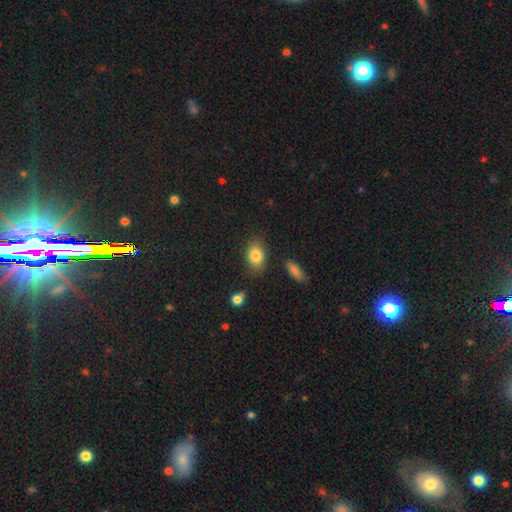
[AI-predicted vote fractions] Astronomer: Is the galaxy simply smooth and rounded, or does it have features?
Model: smooth — 83%.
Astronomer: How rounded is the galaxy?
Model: in between — 76%.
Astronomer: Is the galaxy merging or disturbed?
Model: none — 77%.